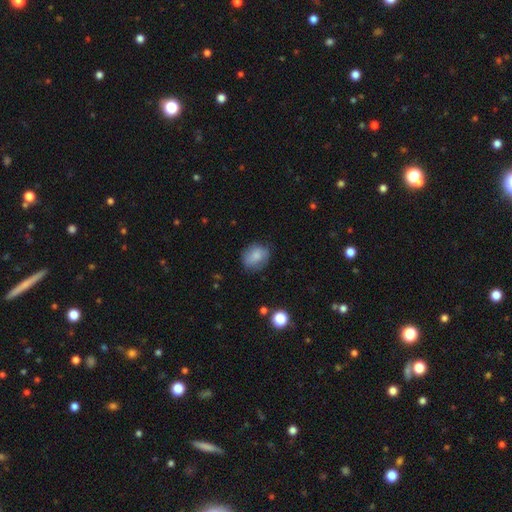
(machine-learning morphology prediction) The model was most divided on "how rounded": round: 55%, in between: 44%, cigar-shaped: 1%. More confident: smooth or featured — smooth (78%); merging — none (77%).